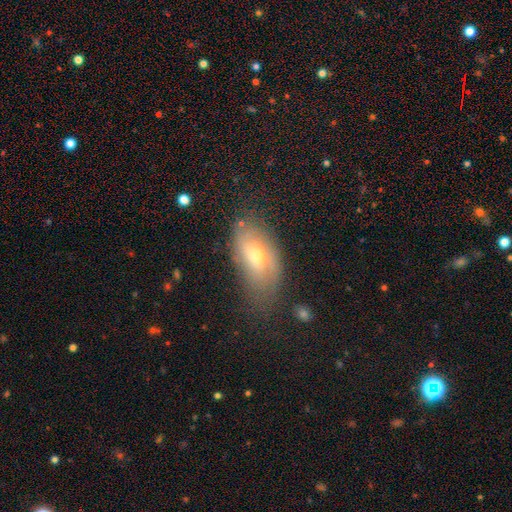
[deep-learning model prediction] Smooth or featured? smooth (56%)
How rounded? in between (91%)
Merging? none (56%)